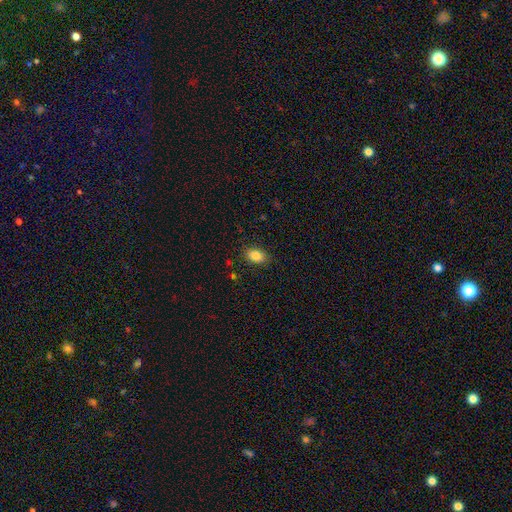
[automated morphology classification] Q: Smooth or featured?
A: smooth (85%); runner-up: star or artifact (9%)
Q: How rounded?
A: in between (83%); runner-up: round (15%)
Q: Merging?
A: none (87%); runner-up: minor disturbance (10%)